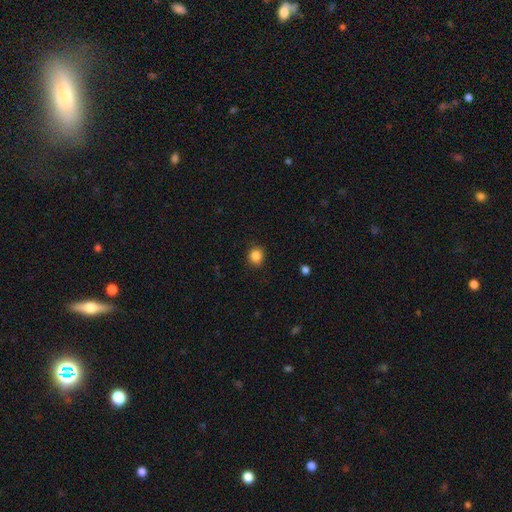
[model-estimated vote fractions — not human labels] Overall: smooth (86%). How rounded: round (85%). Merging: none (88%).